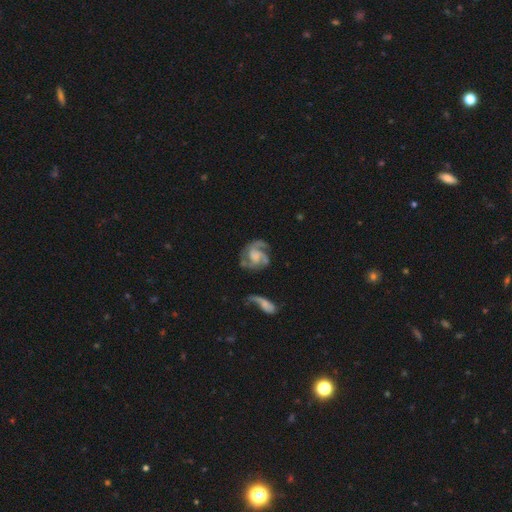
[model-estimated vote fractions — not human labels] featured or disk 85%, smooth 9%, star or artifact 6%. Down the decision tree: edge-on disk — no (98%); bar — no (59%); spiral arms — yes (95%); spiral arm count — 3 (38%); spiral winding — medium (48%); bulge size — none (41%); merging — none (58%).